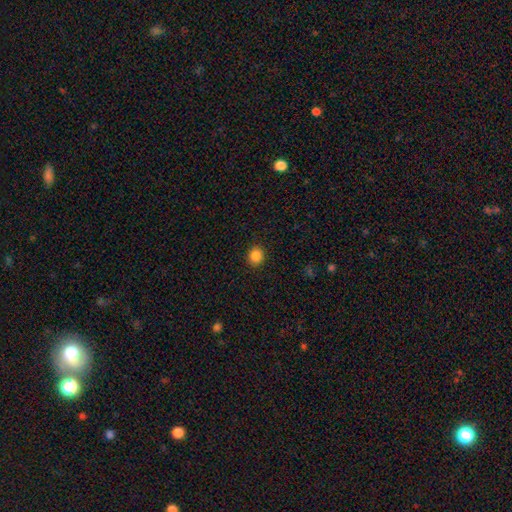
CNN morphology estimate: Overall: smooth (86%). How rounded: round (79%). Merging: none (91%).